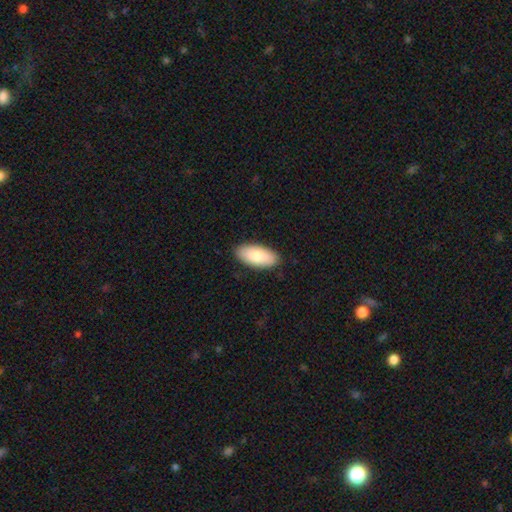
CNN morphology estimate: A smooth galaxy with no disk features (83%) that is in between round and cigar-shaped (92%).

Vote fractions:
- Smooth or featured? smooth: 83% / featured or disk: 11% / star or artifact: 5%
- How rounded? in between: 92% / cigar-shaped: 6% / round: 2%
- Merging? none: 89% / minor disturbance: 9% / major disturbance: 2% / merger: 1%